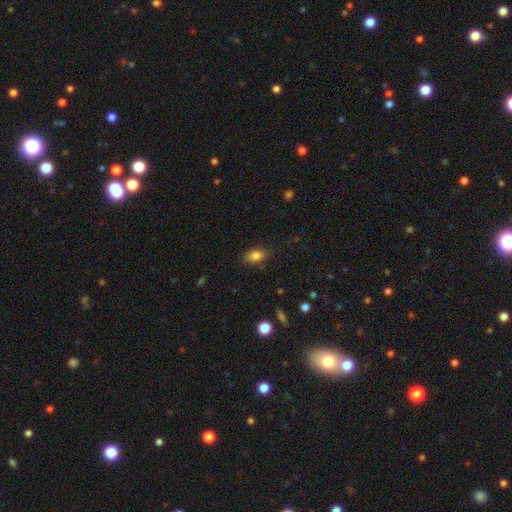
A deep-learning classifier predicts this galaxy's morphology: Smooth or featured: smooth — 83% (star or artifact — 10%)
How rounded: in between — 80% (round — 17%)
Merging: none — 80% (minor disturbance — 15%)